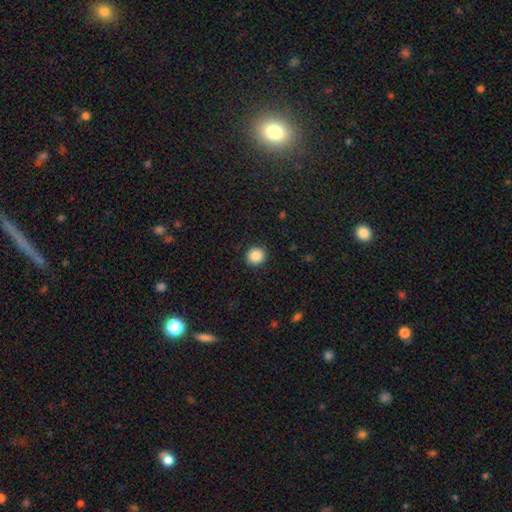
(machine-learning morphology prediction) Smooth or featured?
  - smooth: 88% *
  - star or artifact: 9%
  - featured or disk: 3%
How rounded?
  - round: 88% *
  - in between: 11%
  - cigar-shaped: 1%
Merging?
  - none: 91% *
  - minor disturbance: 6%
  - major disturbance: 2%
  - merger: 1%